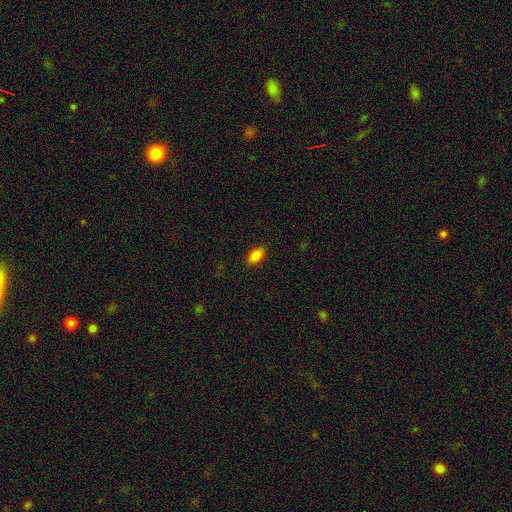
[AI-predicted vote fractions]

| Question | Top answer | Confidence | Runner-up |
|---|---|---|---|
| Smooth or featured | smooth | 85% | star or artifact (9%) |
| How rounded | in between | 92% | round (5%) |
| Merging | none | 89% | minor disturbance (8%) |